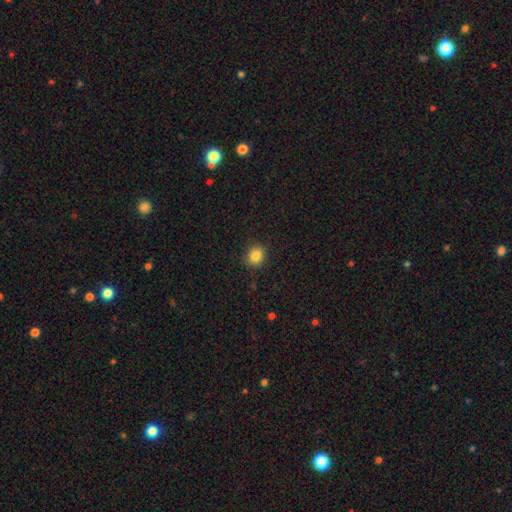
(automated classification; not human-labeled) Smooth or featured: smooth — 84% (star or artifact — 11%)
How rounded: round — 82% (in between — 17%)
Merging: none — 89% (minor disturbance — 8%)